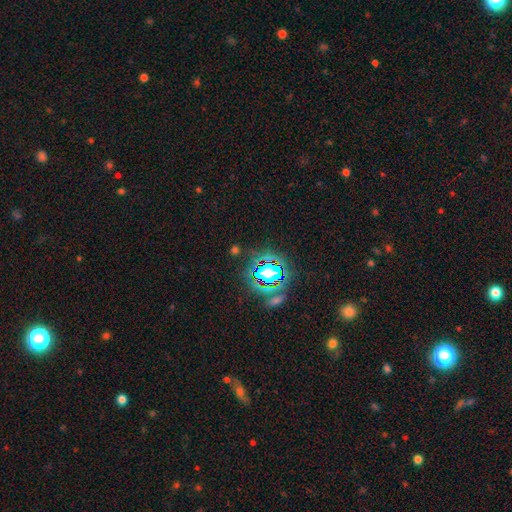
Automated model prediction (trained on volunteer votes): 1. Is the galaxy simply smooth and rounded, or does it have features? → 78% star or artifact, 14% smooth, 9% featured or disk.